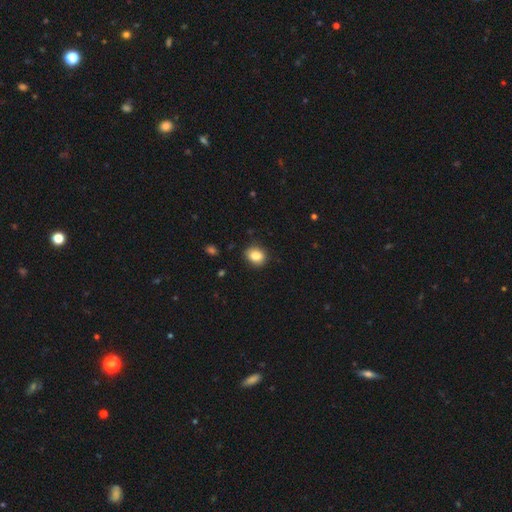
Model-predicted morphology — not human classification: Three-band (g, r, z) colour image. It shows a smooth galaxy with no disk features (85%) that is round (51%). Merging: none (85%).